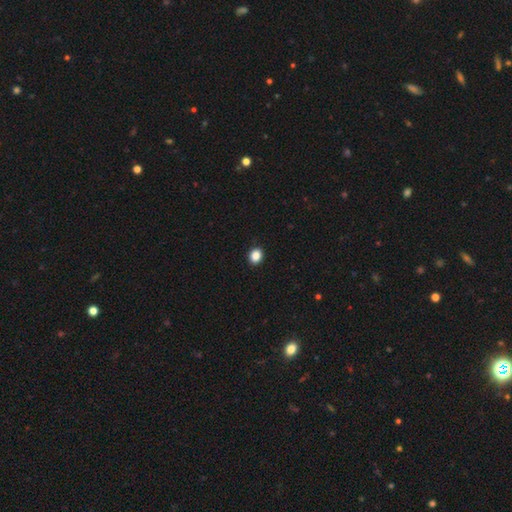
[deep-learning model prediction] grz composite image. It shows a smooth galaxy with no disk features (87%) that is round (58%). Merging: none (92%).